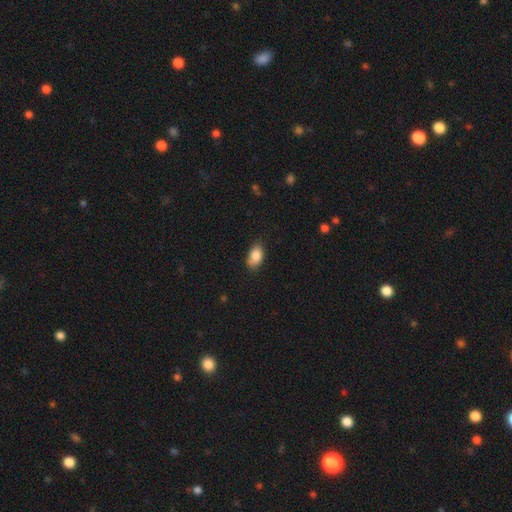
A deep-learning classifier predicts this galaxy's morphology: smooth 86%, star or artifact 8%, featured or disk 7%. Down the decision tree: how rounded — in between (90%); merging — none (74%).